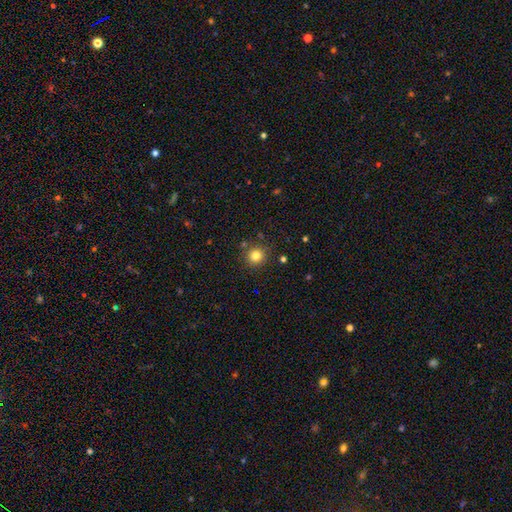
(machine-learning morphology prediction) Smooth or featured? Predicted: smooth (p=0.81). How rounded? Predicted: round (p=0.92). Merging? Predicted: none (p=0.86).